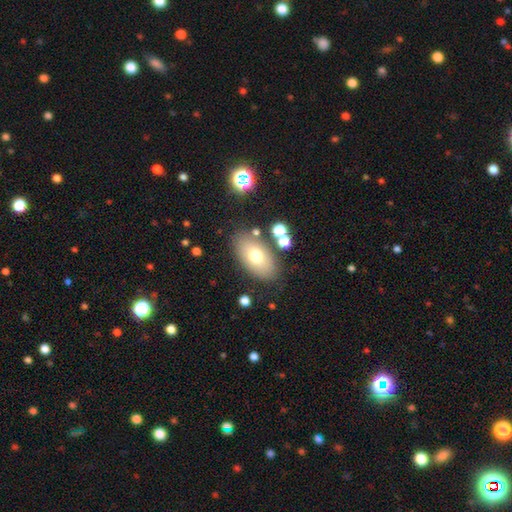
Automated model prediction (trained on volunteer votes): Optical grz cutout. It shows a smooth galaxy with no disk features (69%) that is in between round and cigar-shaped (90%). Merging: none (79%).